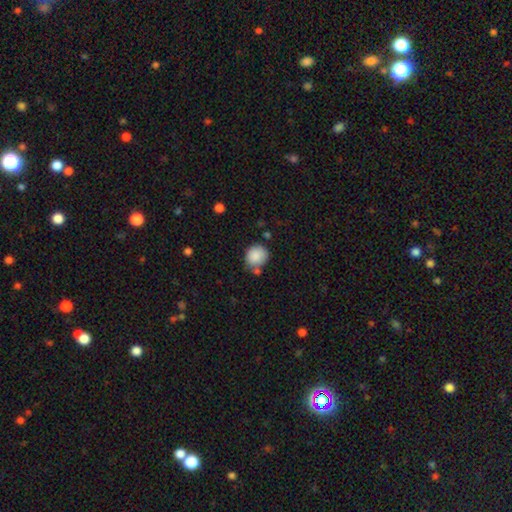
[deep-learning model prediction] Smooth or featured? Predicted: smooth (p=0.87). How rounded? Predicted: round (p=0.78). Merging? Predicted: none (p=0.65).